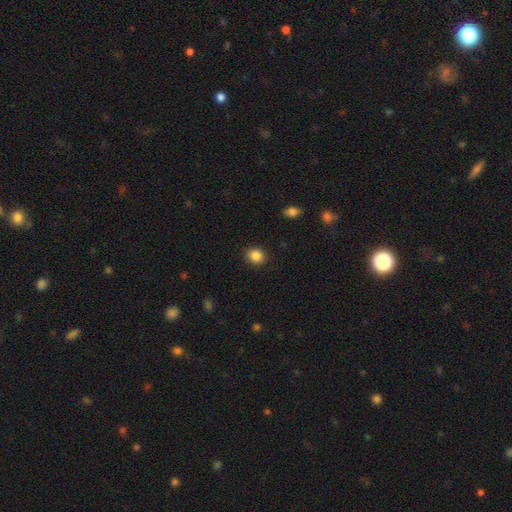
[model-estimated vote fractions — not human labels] smooth_or_featured: smooth (p=0.87) [alt: star or artifact p=0.10]
how_rounded: round (p=0.66) [alt: in between p=0.33]
merging: none (p=0.90) [alt: minor disturbance p=0.07]